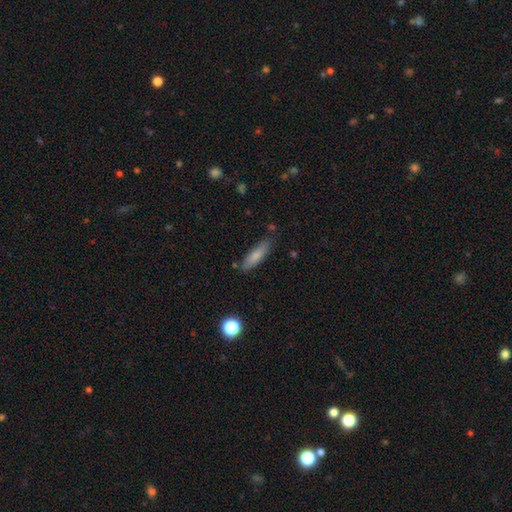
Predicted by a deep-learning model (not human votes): Morphology: type=smooth (78%); roundness=cigar-shaped (69%); merging=none (80%).